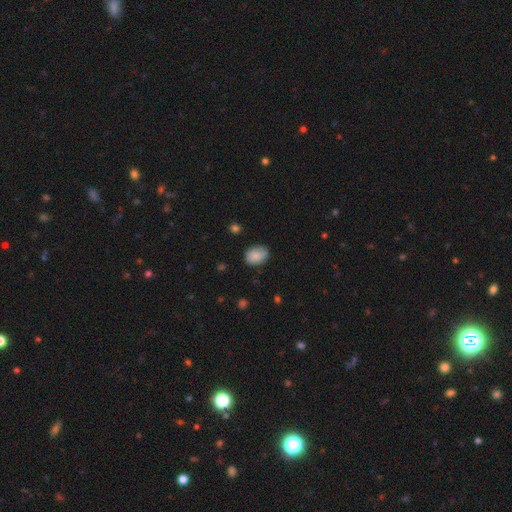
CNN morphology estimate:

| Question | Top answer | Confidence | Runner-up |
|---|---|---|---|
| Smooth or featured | smooth | 85% | featured or disk (8%) |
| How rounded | in between | 73% | round (26%) |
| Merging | none | 78% | minor disturbance (17%) |